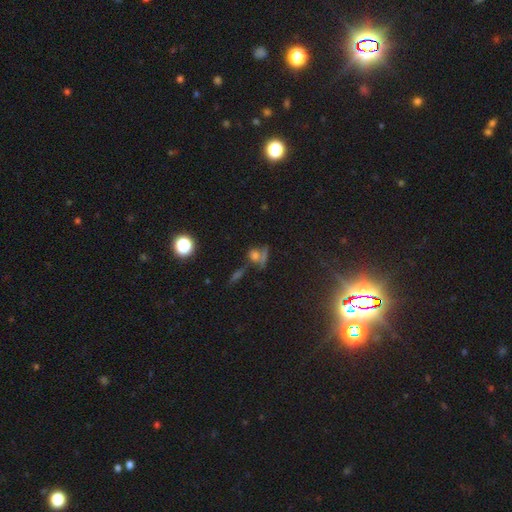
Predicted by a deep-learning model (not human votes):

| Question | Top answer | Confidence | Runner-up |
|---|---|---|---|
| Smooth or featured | smooth | 51% | star or artifact (30%) |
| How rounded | round | 60% | in between (29%) |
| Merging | none | 45% | merger (31%) |